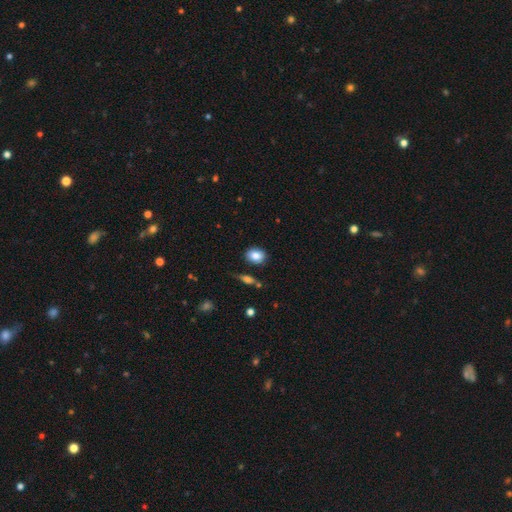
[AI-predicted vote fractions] Overall: smooth (85%). How rounded: in between (62%; round 37%). Merging: none (83%).